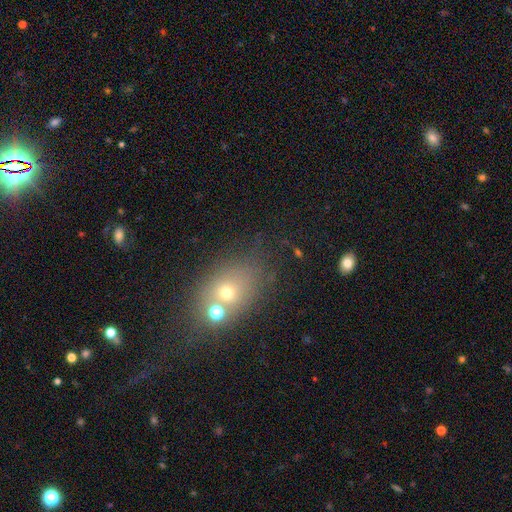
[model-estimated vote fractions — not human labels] Overall: smooth (53%; star or artifact 27%). How rounded: in between (52%; round 46%). Merging: none (45%; merger 38%).